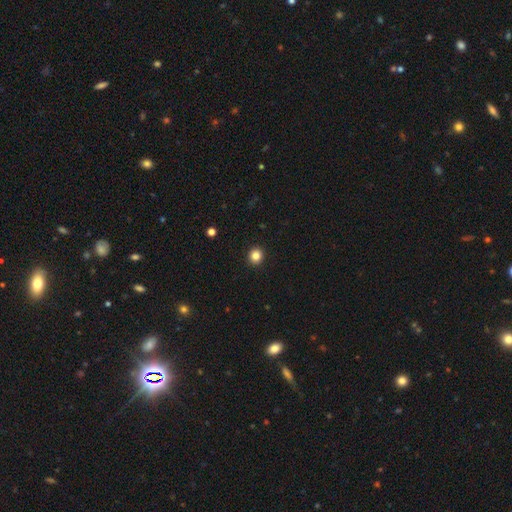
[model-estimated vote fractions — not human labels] The model was most divided on "smooth or featured": smooth: 84%, star or artifact: 11%, featured or disk: 5%. More confident: merging — none (93%); how rounded — round (90%).